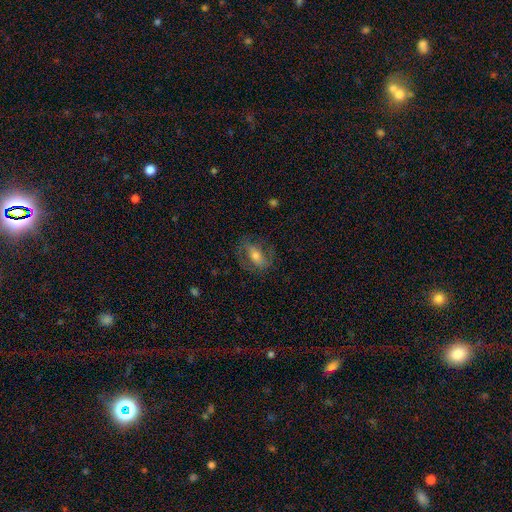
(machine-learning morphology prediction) Q: Smooth or featured?
A: featured or disk (52%); runner-up: smooth (39%)
Q: Edge-on disk?
A: no (90%); runner-up: yes (10%)
Q: Merging?
A: none (70%); runner-up: minor disturbance (17%)